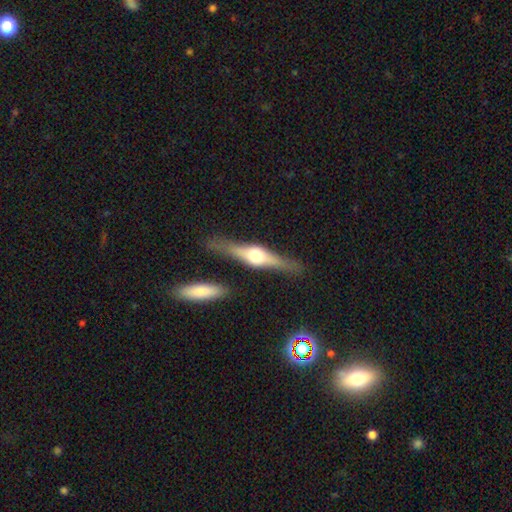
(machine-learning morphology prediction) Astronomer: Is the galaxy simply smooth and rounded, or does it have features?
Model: featured or disk — 72%.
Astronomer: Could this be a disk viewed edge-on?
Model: yes — 96%.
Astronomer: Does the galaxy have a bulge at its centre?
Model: rounded — 91%.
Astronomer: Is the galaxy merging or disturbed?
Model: none — 82%.